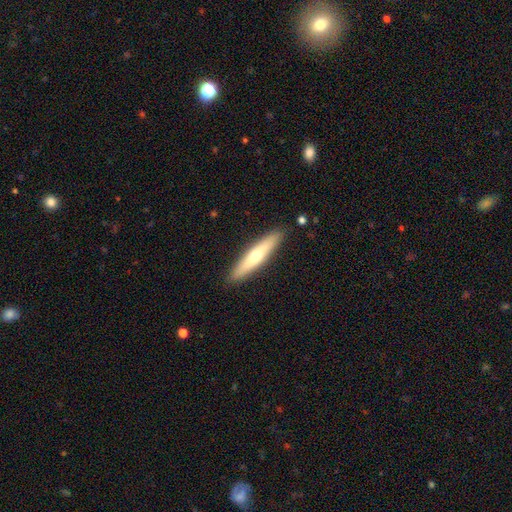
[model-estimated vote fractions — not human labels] Overall: smooth (52%; featured or disk 43%). How rounded: cigar-shaped (86%). Merging: none (90%).